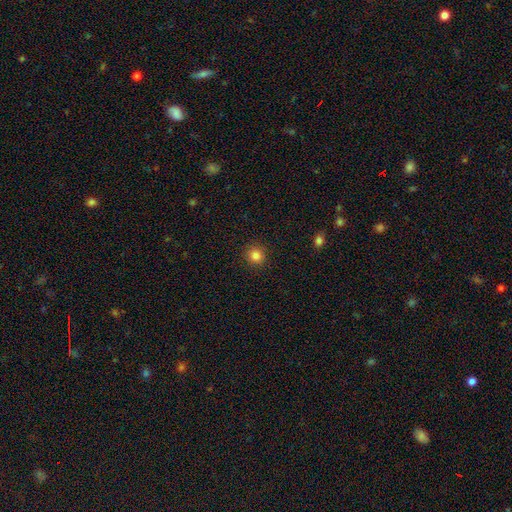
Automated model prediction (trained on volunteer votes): Overall: smooth (84%). How rounded: round (93%). Merging: none (92%).